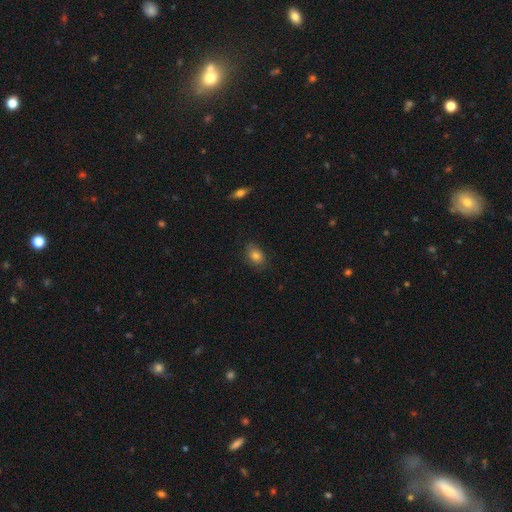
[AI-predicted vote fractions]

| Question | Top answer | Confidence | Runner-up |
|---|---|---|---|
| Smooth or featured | smooth | 80% | star or artifact (10%) |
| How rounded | in between | 75% | round (23%) |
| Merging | none | 79% | minor disturbance (16%) |